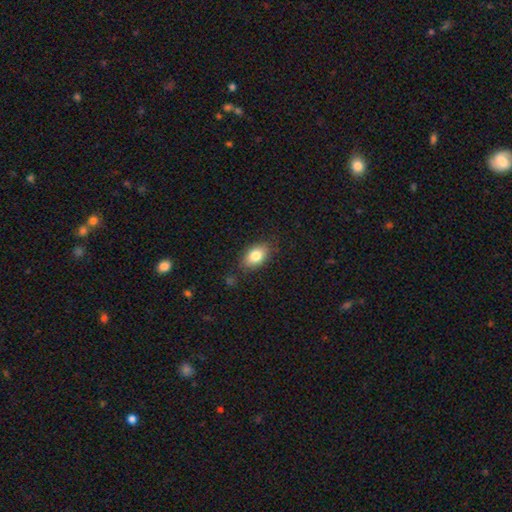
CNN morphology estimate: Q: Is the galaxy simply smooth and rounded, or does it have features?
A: smooth — 81%.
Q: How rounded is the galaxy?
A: in between — 86%.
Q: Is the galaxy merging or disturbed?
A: none — 81%.